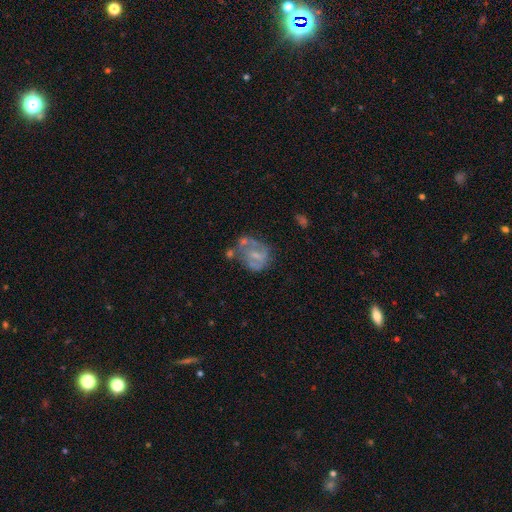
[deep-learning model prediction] Overall: featured or disk (61%; smooth 30%). Edge-on disk: no (98%). Bar: no (54%; weak 37%). Spiral arms: yes (50%, tied with no). Bulge size: small (46%; moderate 30%). Merging: none (34%; major disturbance 26%).